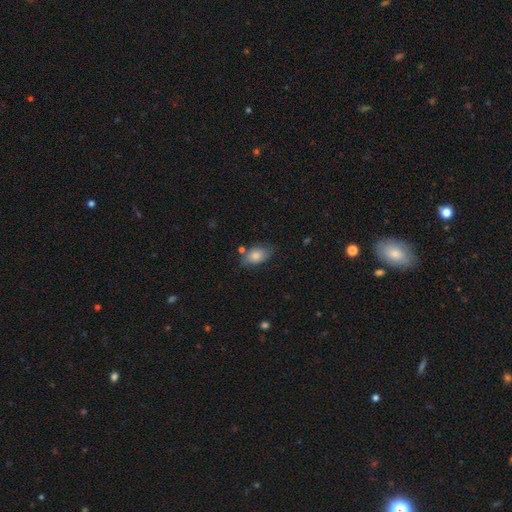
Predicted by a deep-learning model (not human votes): Smooth or featured? smooth (80%)
How rounded? in between (89%)
Merging? none (68%)